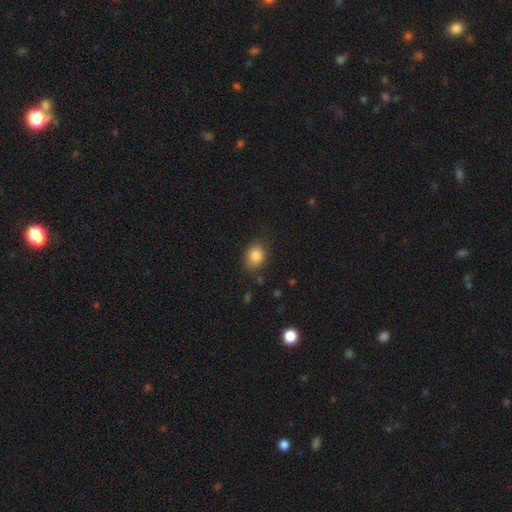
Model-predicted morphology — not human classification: Smooth or featured? Predicted: smooth (p=0.86). How rounded? Predicted: in between (p=0.60). Merging? Predicted: none (p=0.79).